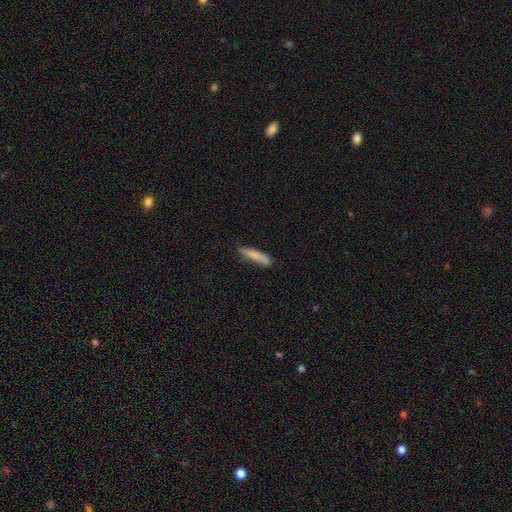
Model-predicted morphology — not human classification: A smooth galaxy with no disk features (74%) that is cigar-shaped (85%).

Vote fractions:
- Smooth or featured? smooth: 74% / featured or disk: 19% / star or artifact: 6%
- How rounded? cigar-shaped: 85% / in between: 13% / round: 2%
- Merging? none: 66% / minor disturbance: 24% / merger: 5% / major disturbance: 5%